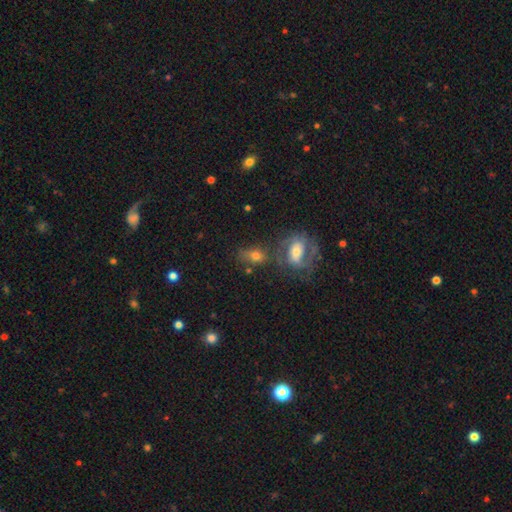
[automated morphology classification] Smooth or featured? Predicted: smooth (p=0.56). How rounded? Predicted: in between (p=0.71). Merging? Predicted: none (p=0.48).